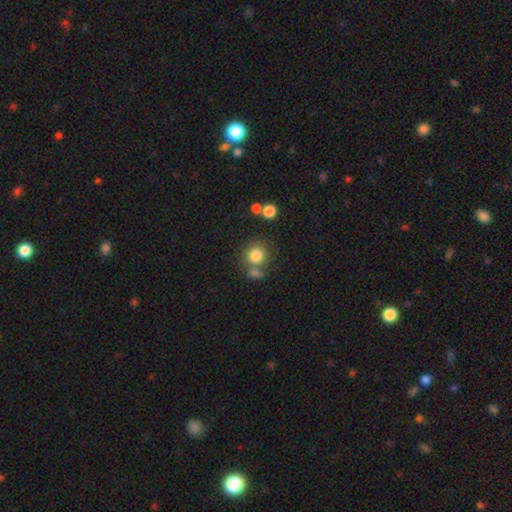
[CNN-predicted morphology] The model was most divided on "merging": none: 64%, merger: 19%, minor disturbance: 11%, major disturbance: 5%. More confident: how rounded — round (87%); smooth or featured — smooth (81%).